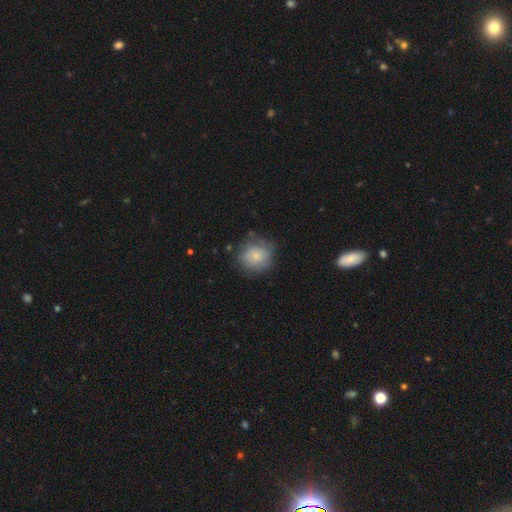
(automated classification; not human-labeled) smooth 76%, featured or disk 16%, star or artifact 8%. Down the decision tree: how rounded — round (81%); merging — none (71%).